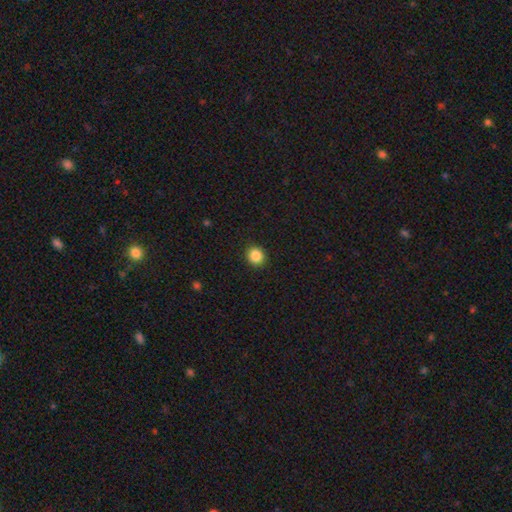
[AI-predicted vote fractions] Smooth or featured: smooth — 87% (star or artifact — 10%)
How rounded: round — 86% (in between — 13%)
Merging: none — 92% (minor disturbance — 5%)